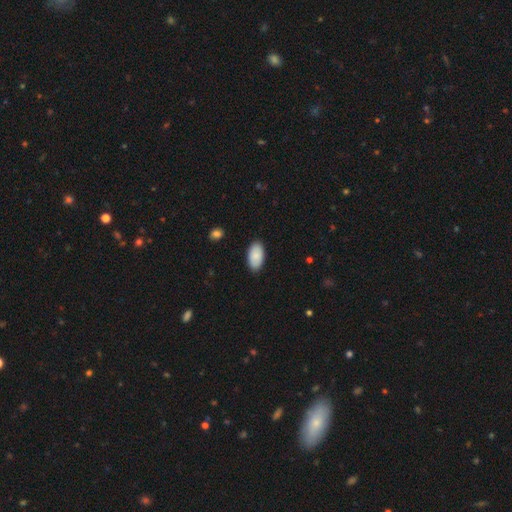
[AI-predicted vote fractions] A smooth galaxy with no disk features (90%) that is in between round and cigar-shaped (96%). Merging: none (88%).